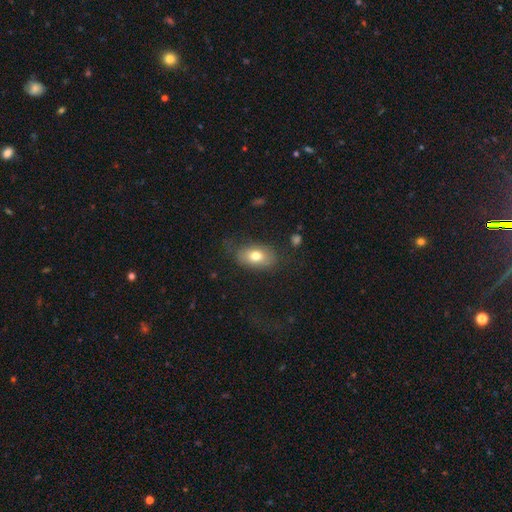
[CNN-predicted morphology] This appears to be a smooth galaxy with no disk features (74%) that is in between round and cigar-shaped (86%). Merging: none (73%).